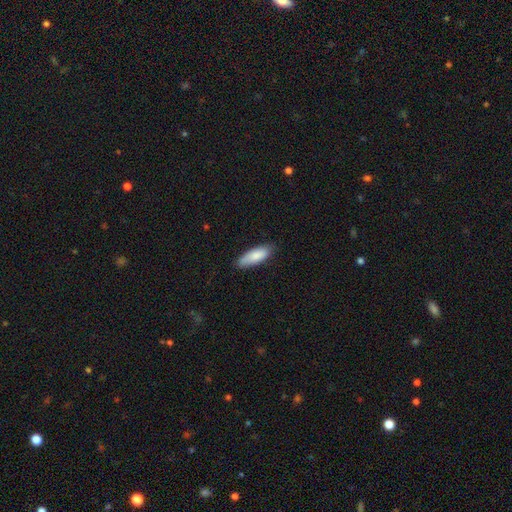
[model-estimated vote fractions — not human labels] Smooth or featured? smooth (86%)
How rounded? in between (64%)
Merging? none (80%)